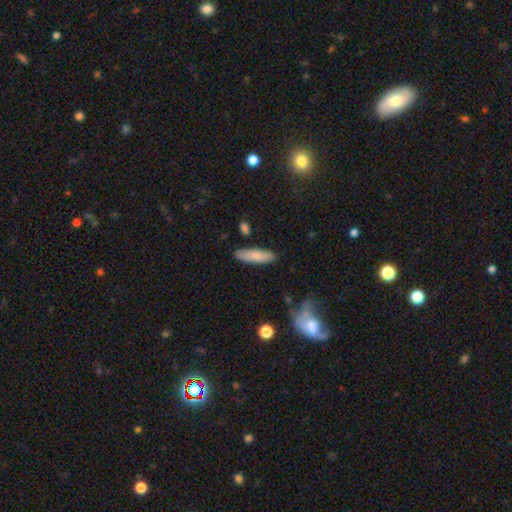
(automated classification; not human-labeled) smooth 81%, featured or disk 13%, star or artifact 6%. Down the decision tree: how rounded — cigar-shaped (65%); merging — none (86%).